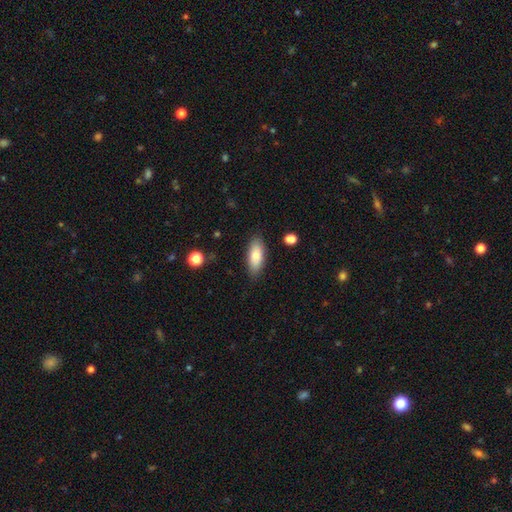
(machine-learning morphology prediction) Smooth or featured?
  - smooth: 79% *
  - featured or disk: 15%
  - star or artifact: 7%
How rounded?
  - in between: 78% *
  - cigar-shaped: 20%
  - round: 2%
Merging?
  - none: 85% *
  - minor disturbance: 11%
  - major disturbance: 2%
  - merger: 2%